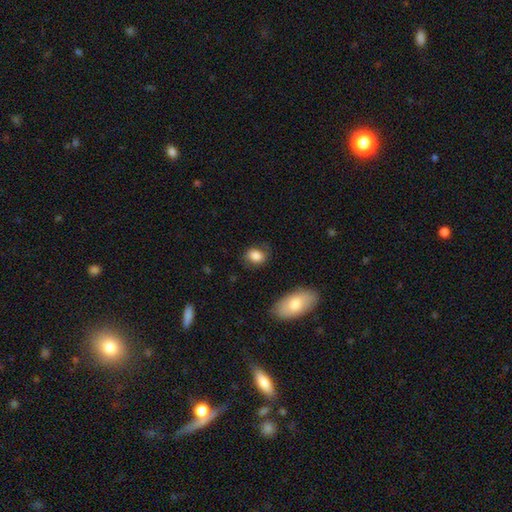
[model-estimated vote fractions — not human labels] This appears to be a smooth galaxy with no disk features (84%) that is in between round and cigar-shaped (66%). Merging: none (72%).